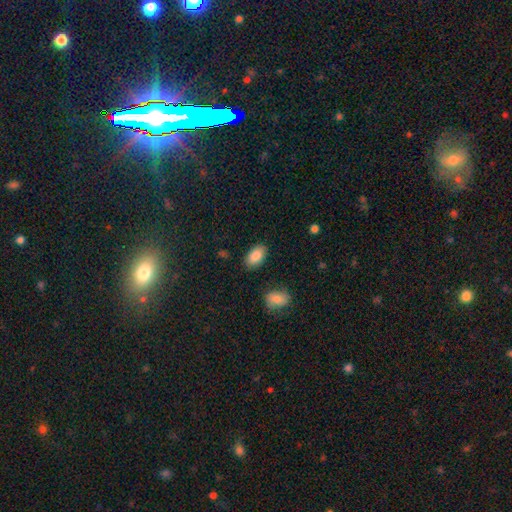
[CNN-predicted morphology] smooth 87%, star or artifact 7%, featured or disk 6%. Down the decision tree: how rounded — in between (93%); merging — none (85%).